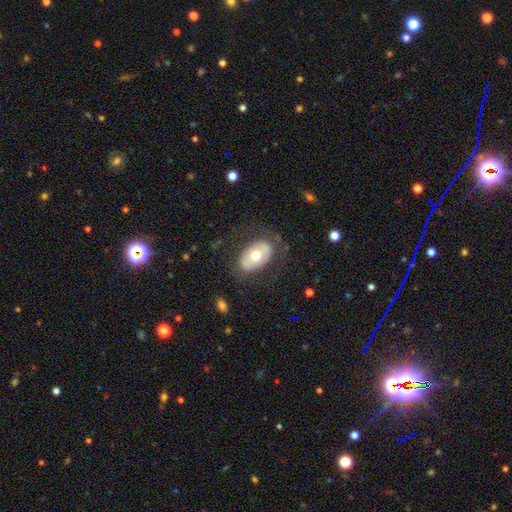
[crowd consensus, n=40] Smooth or featured?
  - smooth: 52% *
  - featured or disk: 38%
  - star or artifact: 10%
How rounded?
  - in between: 100% *
  - round: 0%
  - cigar-shaped: 0%
Merging?
  - none: 78% *
  - minor disturbance: 17%
  - major disturbance: 6%
  - merger: 0%